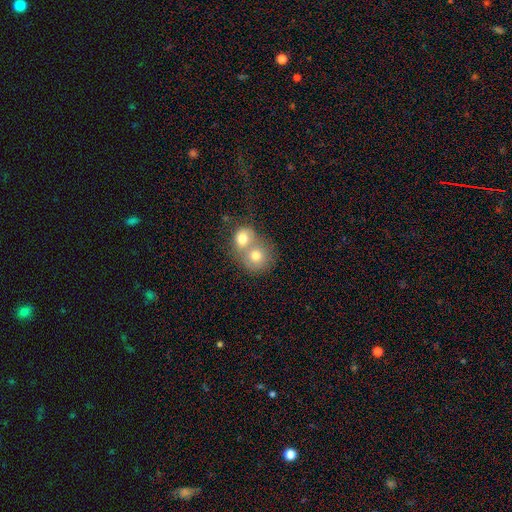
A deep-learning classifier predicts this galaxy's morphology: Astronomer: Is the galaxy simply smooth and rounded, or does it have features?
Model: smooth — 72%.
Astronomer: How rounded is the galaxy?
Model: round — 78%.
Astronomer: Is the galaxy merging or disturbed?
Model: merger — 68%.